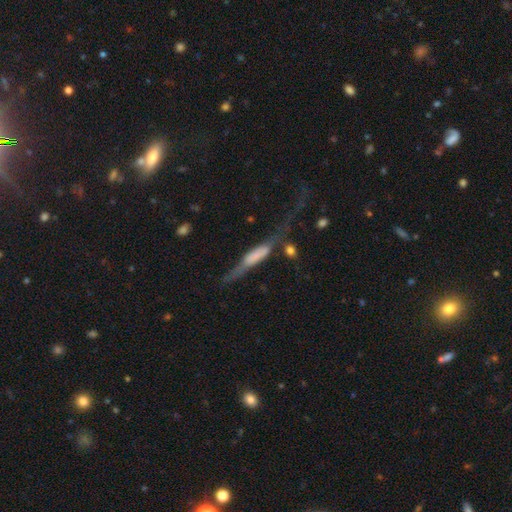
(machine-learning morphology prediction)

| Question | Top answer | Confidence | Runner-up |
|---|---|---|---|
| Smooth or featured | smooth | 47% | featured or disk (45%) |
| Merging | major disturbance | 38% | none (27%) |